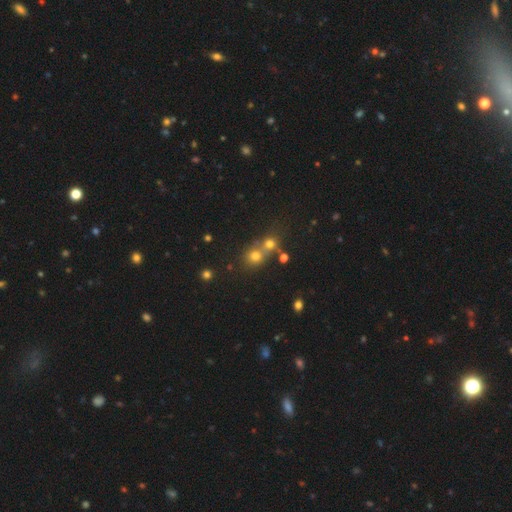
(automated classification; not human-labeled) Smooth or featured: smooth — 64% (star or artifact — 24%)
How rounded: round — 84% (in between — 15%)
Merging: merger — 47% (none — 45%)